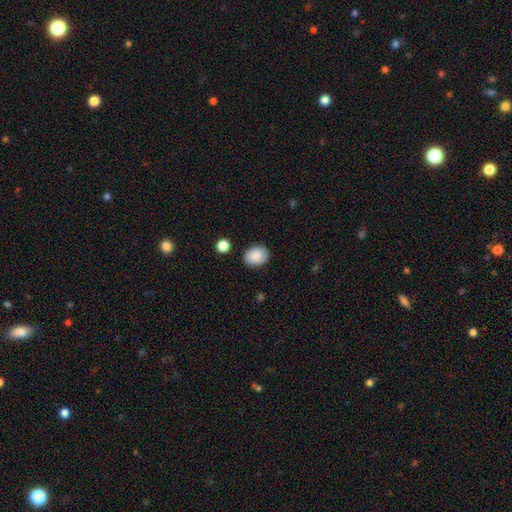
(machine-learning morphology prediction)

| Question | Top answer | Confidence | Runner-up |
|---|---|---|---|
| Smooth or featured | smooth | 87% | star or artifact (7%) |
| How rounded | in between | 62% | round (38%) |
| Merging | none | 85% | minor disturbance (10%) |